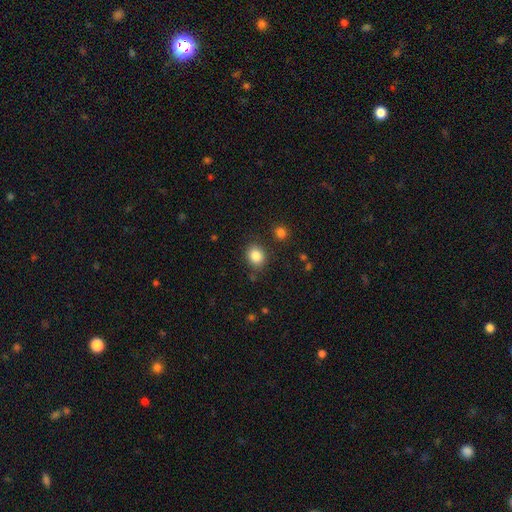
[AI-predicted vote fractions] Morphology: type=smooth (85%); roundness=round (64%); merging=none (83%).